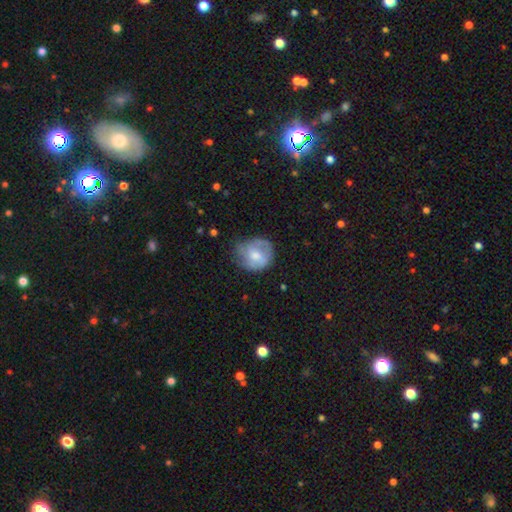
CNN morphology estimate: Q: Smooth or featured?
A: featured or disk (50%); runner-up: smooth (43%)
Q: Edge-on disk?
A: no (97%); runner-up: yes (3%)
Q: Merging?
A: none (58%); runner-up: minor disturbance (28%)